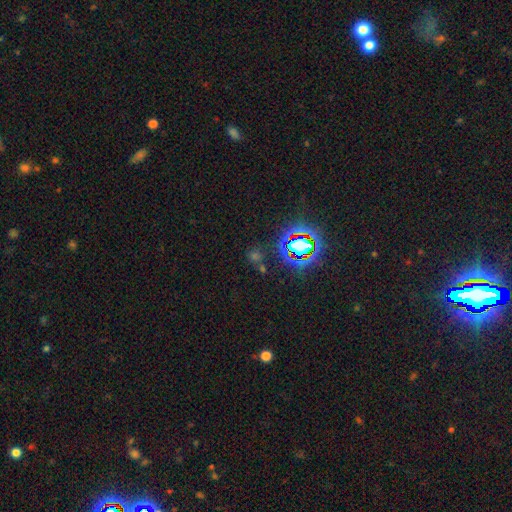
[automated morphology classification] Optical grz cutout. It shows a star or artifact, not a galaxy (62%).